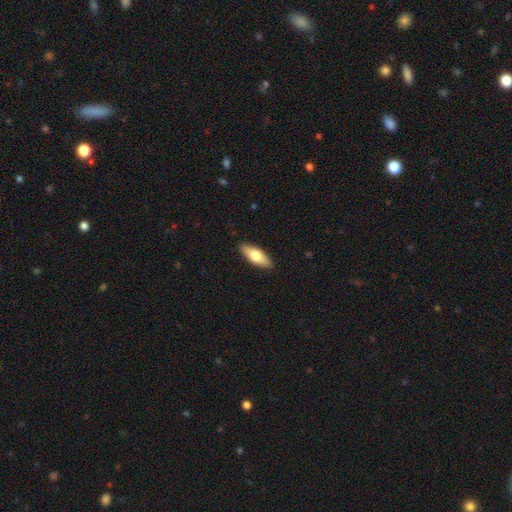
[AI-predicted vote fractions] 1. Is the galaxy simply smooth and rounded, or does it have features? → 66% smooth, 29% featured or disk, 5% star or artifact.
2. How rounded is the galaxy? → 66% in between, 32% cigar-shaped, 2% round.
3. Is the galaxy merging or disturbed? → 90% none, 8% minor disturbance, 2% major disturbance, 1% merger.